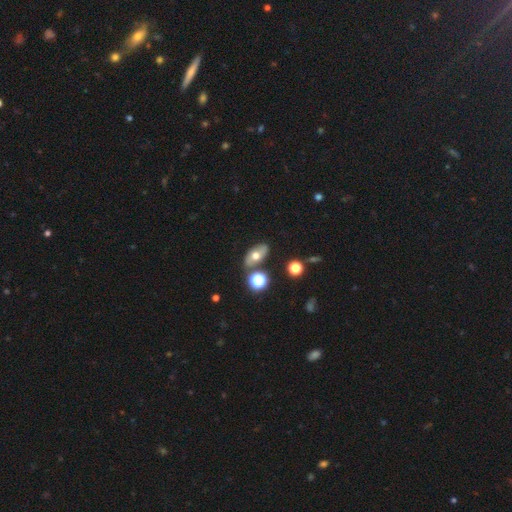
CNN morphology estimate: Smooth or featured?
  - smooth: 54% *
  - featured or disk: 33%
  - star or artifact: 13%
How rounded?
  - in between: 82% *
  - round: 14%
  - cigar-shaped: 4%
Merging?
  - none: 74% *
  - minor disturbance: 14%
  - merger: 8%
  - major disturbance: 4%